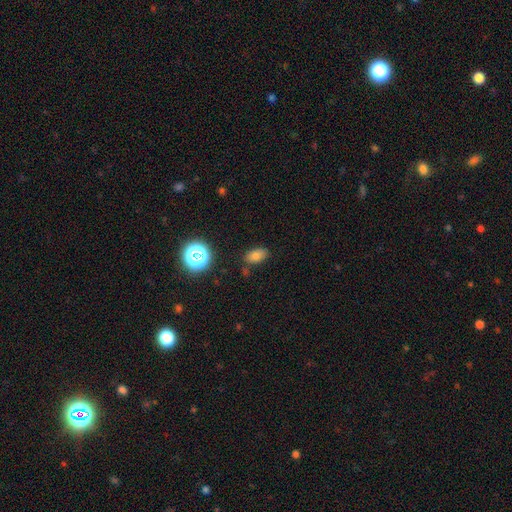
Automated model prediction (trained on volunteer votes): The model was most divided on "smooth or featured": smooth: 73%, star or artifact: 16%, featured or disk: 11%. More confident: how rounded — in between (87%); merging — none (79%).